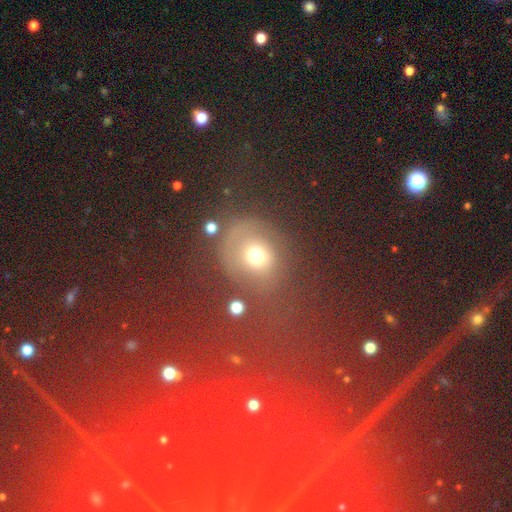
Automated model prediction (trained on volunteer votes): Smooth or featured? Predicted: smooth (p=0.62). How rounded? Predicted: round (p=0.75). Merging? Predicted: none (p=0.52).